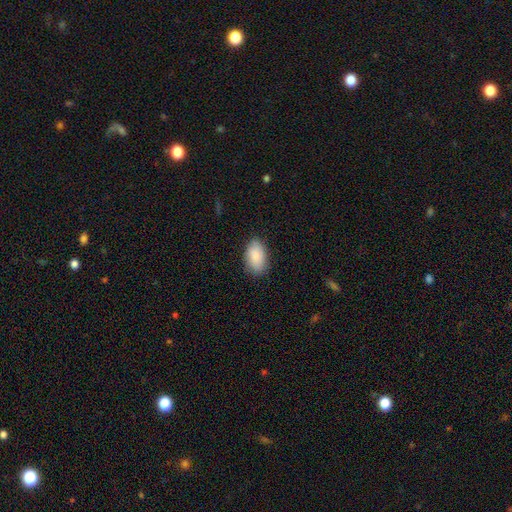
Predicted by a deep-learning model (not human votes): Q: Smooth or featured?
A: smooth (88%); runner-up: featured or disk (6%)
Q: How rounded?
A: in between (94%); runner-up: round (4%)
Q: Merging?
A: none (83%); runner-up: minor disturbance (13%)